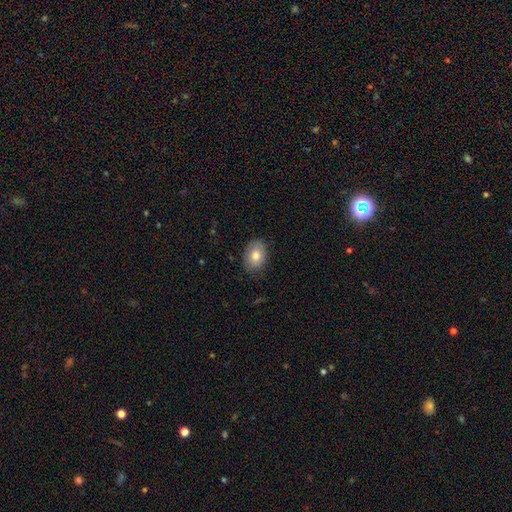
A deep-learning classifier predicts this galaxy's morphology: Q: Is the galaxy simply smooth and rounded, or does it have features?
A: smooth — 81%.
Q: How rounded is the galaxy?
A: in between — 77%.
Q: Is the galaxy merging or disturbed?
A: none — 83%.